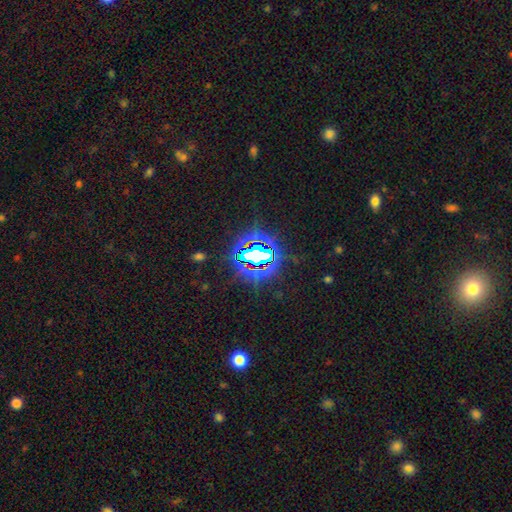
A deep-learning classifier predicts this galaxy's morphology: type=star or artifact (79%).